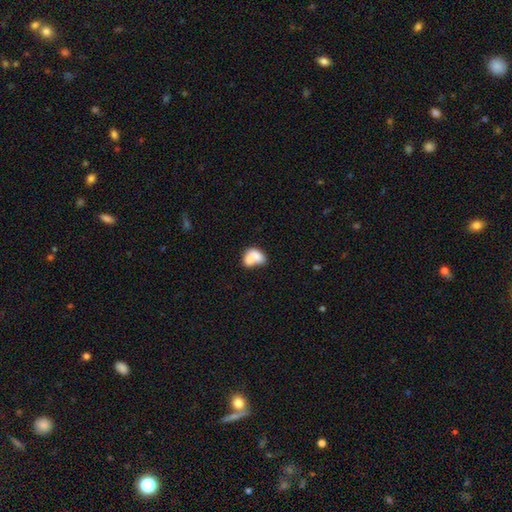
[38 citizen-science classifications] This appears to be a smooth galaxy with no disk features (71%) that is in between round and cigar-shaped (85%). Merging: merger (71%).